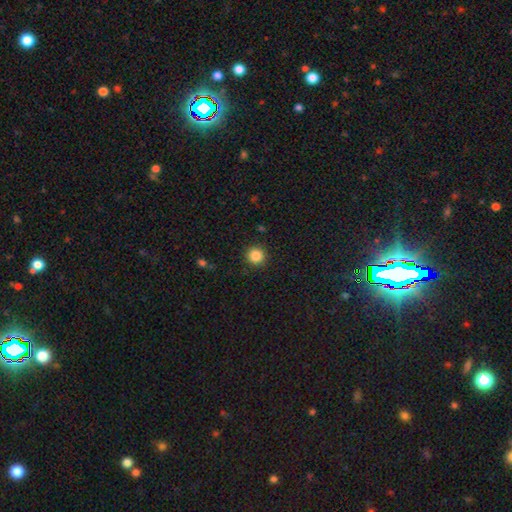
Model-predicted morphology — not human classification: Smooth or featured? smooth (86%)
How rounded? round (94%)
Merging? none (91%)